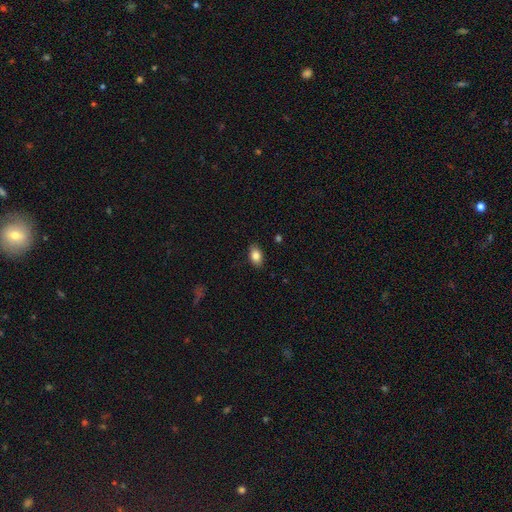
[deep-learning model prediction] A smooth galaxy with no disk features (83%) that is in between round and cigar-shaped (88%).

Vote fractions:
- Smooth or featured? smooth: 83% / featured or disk: 9% / star or artifact: 8%
- How rounded? in between: 88% / round: 10% / cigar-shaped: 2%
- Merging? none: 87% / minor disturbance: 10% / major disturbance: 2% / merger: 1%